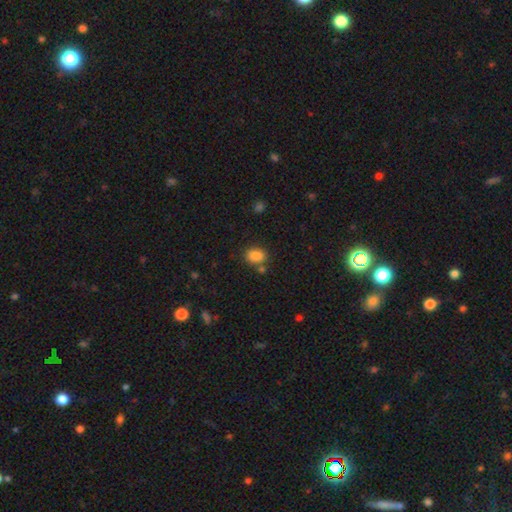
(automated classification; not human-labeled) Smooth or featured?
  - smooth: 85% *
  - star or artifact: 10%
  - featured or disk: 5%
How rounded?
  - in between: 64% *
  - round: 35%
  - cigar-shaped: 1%
Merging?
  - none: 73% *
  - minor disturbance: 12%
  - merger: 11%
  - major disturbance: 4%